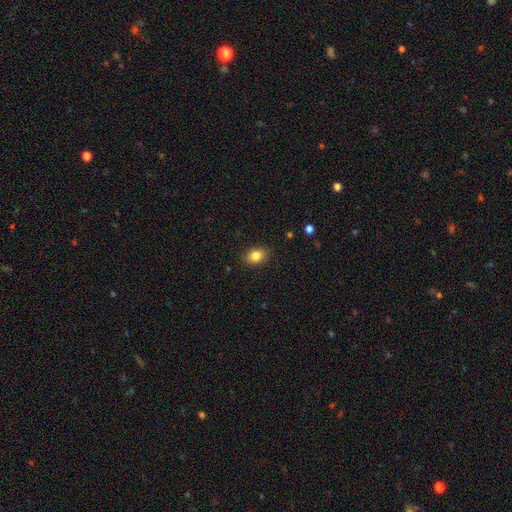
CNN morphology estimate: This is clearly a smooth galaxy (84%). How rounded: likely in between (66%). Merging: clearly none (88%).